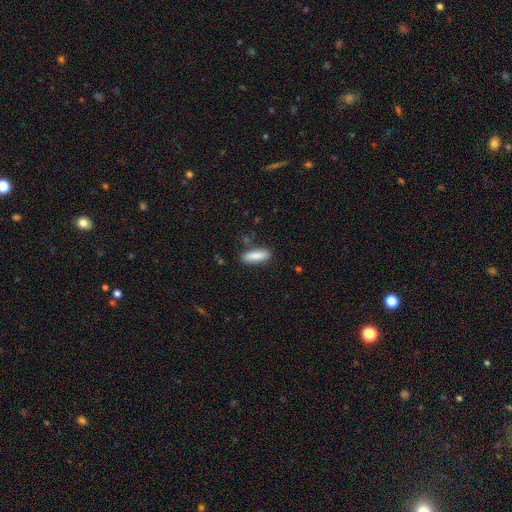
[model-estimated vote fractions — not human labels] Morphology: type=smooth (85%); roundness=in between (51%); merging=none (84%).